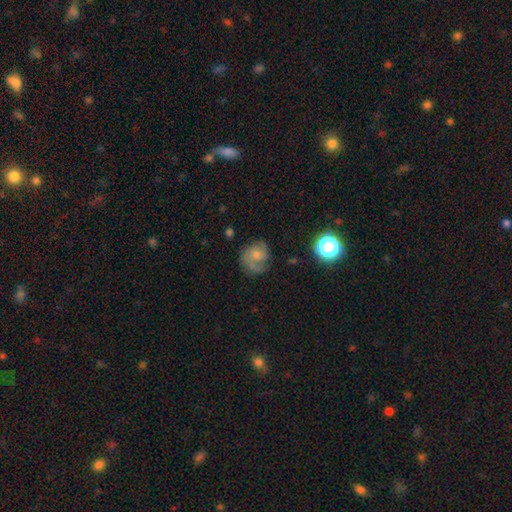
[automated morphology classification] smooth_or_featured: featured or disk (p=0.58) [alt: smooth p=0.32]
disk_edge_on: no (p=0.98) [alt: yes p=0.02]
bar: no (p=0.72) [alt: weak p=0.25]
has_spiral_arms: yes (p=0.87) [alt: no p=0.13]
bulge_size: small (p=0.36) [alt: moderate p=0.34]
merging: none (p=0.56) [alt: minor disturbance p=0.22]